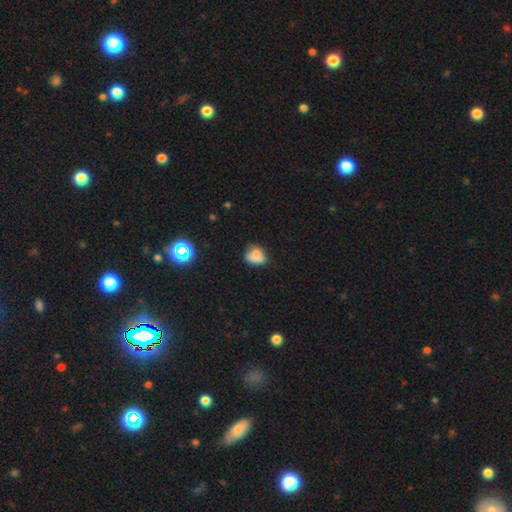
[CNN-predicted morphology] Smooth or featured?
  - smooth: 73% *
  - featured or disk: 14%
  - star or artifact: 12%
How rounded?
  - in between: 53% *
  - round: 45%
  - cigar-shaped: 1%
Merging?
  - none: 48% *
  - minor disturbance: 35%
  - major disturbance: 11%
  - merger: 7%